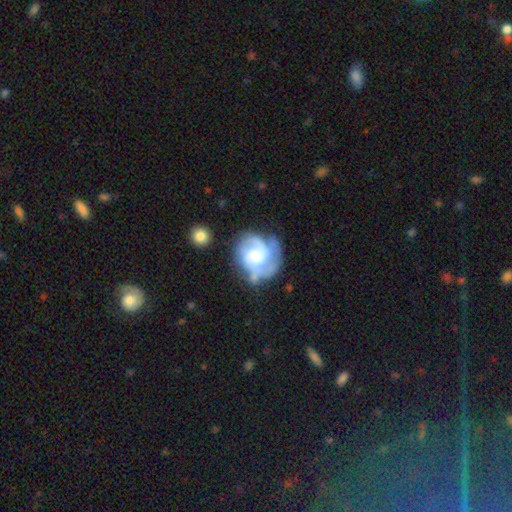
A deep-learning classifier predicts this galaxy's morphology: smooth-or-featured: featured or disk: 87% | smooth: 9% | star or artifact: 5%
  disk-edge-on: no: 98% | yes: 2%
    bar: no: 58% | weak: 35% | strong: 7%
    has-spiral-arms: yes: 97% | no: 3%
      spiral-winding: tight: 54% | medium: 38% | loose: 7%
      spiral-arm-count: 2: 51% | 3: 28% | can't tell: 11% | 1: 4% | 4: 3% | more than 4: 3%
    bulge-size: moderate: 42% | small: 41% | large: 8% | none: 7% | dominant: 1%
  merging: none: 64% | minor disturbance: 21% | major disturbance: 10% | merger: 5%